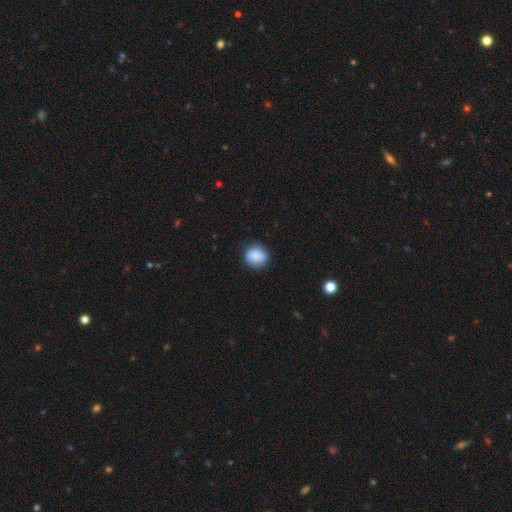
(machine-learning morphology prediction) Smooth or featured? smooth (88%)
How rounded? round (82%)
Merging? none (84%)